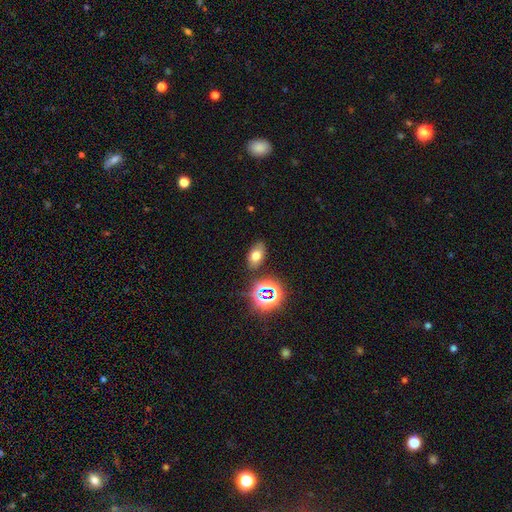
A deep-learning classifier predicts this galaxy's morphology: This is likely a smooth galaxy (64%). How rounded: clearly in between (87%). Merging: clearly none (80%).